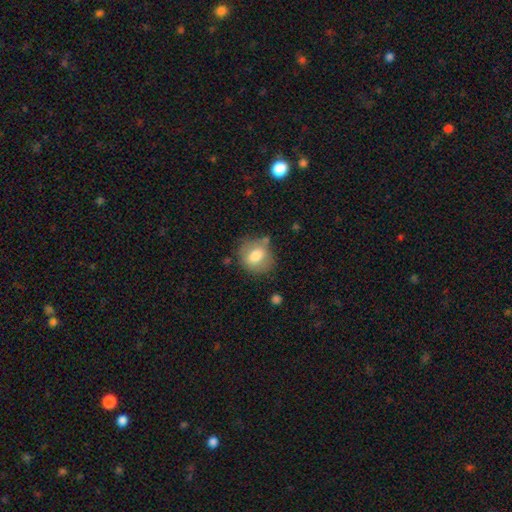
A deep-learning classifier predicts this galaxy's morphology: Smooth or featured?
  - smooth: 72% *
  - featured or disk: 19%
  - star or artifact: 8%
How rounded?
  - round: 69% *
  - in between: 30%
  - cigar-shaped: 1%
Merging?
  - none: 66% *
  - minor disturbance: 22%
  - major disturbance: 8%
  - merger: 5%